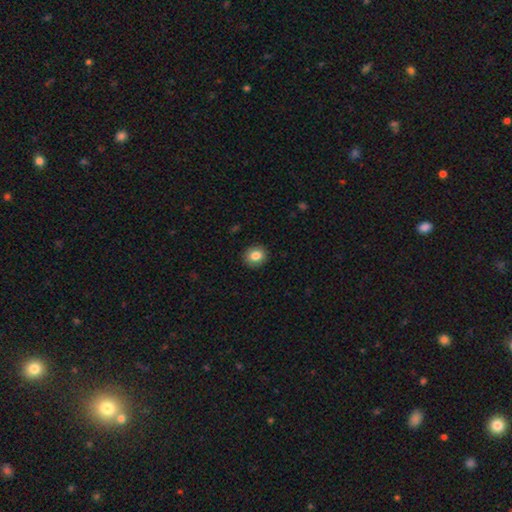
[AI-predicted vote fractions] Smooth or featured: smooth — 84% (star or artifact — 9%)
How rounded: round — 74% (in between — 25%)
Merging: none — 90% (minor disturbance — 8%)